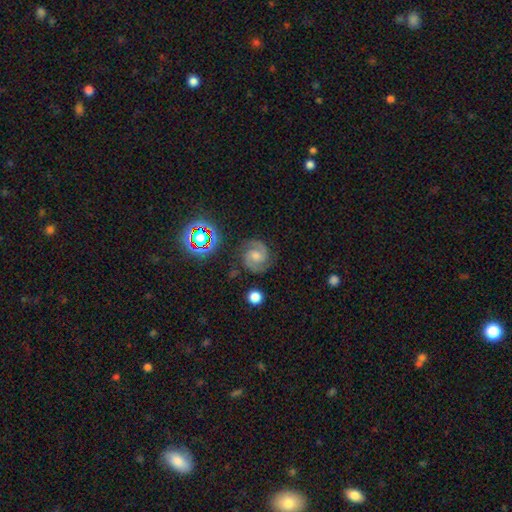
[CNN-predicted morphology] The model was most divided on "spiral winding": medium: 48%, tight: 46%, loose: 7%. Remaining: spiral arms — yes (98%); edge-on disk — no (98%); spiral arm count — 2 (92%); smooth or featured — featured or disk (83%); merging — none (83%); bulge size — moderate (50%); bar — no (49%).